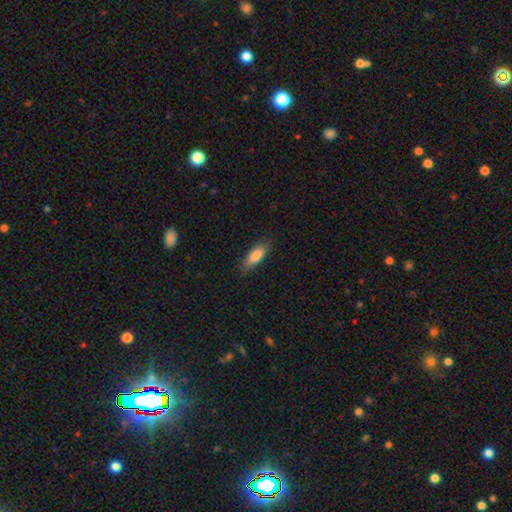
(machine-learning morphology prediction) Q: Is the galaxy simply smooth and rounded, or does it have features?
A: smooth — 84%.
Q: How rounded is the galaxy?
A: in between — 62%.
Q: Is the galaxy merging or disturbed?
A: none — 83%.